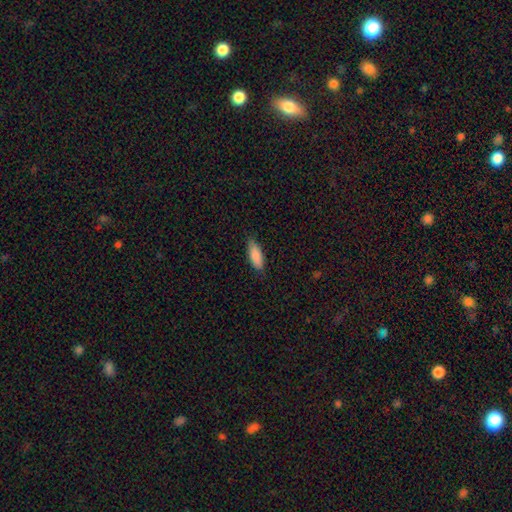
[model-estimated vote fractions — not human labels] Smooth or featured? Predicted: smooth (p=0.88). How rounded? Predicted: in between (p=0.73). Merging? Predicted: none (p=0.80).